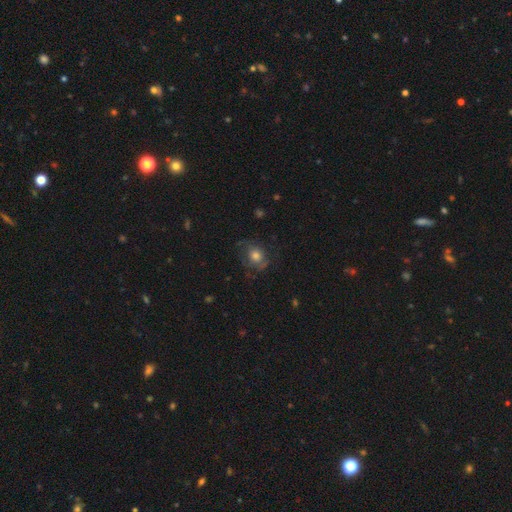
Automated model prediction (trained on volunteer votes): smooth-or-featured: smooth: 47% | featured or disk: 41% | star or artifact: 12%
  merging: none: 63% | minor disturbance: 21% | major disturbance: 15% | merger: 1%